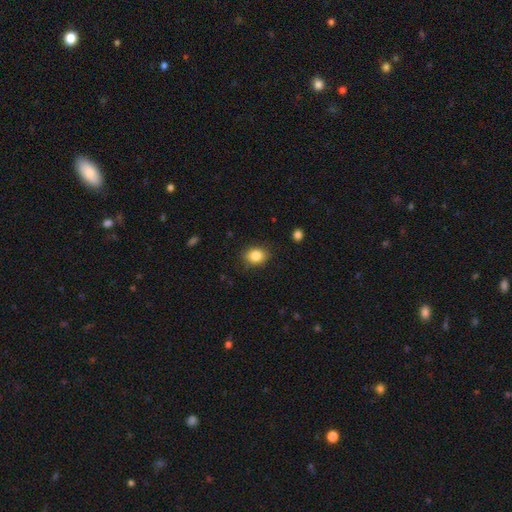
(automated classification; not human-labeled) smooth_or_featured: smooth (p=0.84) [alt: star or artifact p=0.09]
how_rounded: in between (p=0.53) [alt: round p=0.46]
merging: none (p=0.84) [alt: minor disturbance p=0.12]